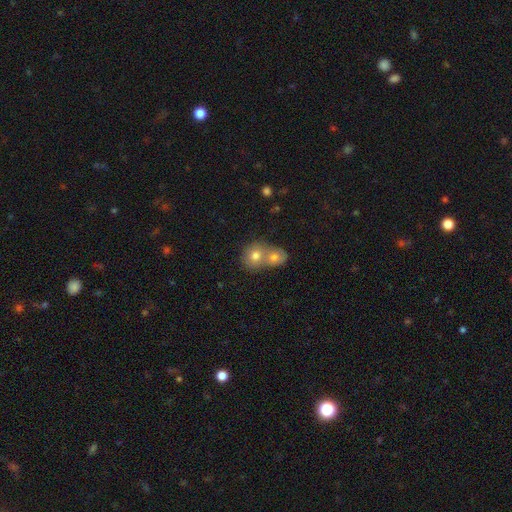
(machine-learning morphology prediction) Smooth or featured? Predicted: smooth (p=0.73). How rounded? Predicted: round (p=0.68). Merging? Predicted: merger (p=0.69).